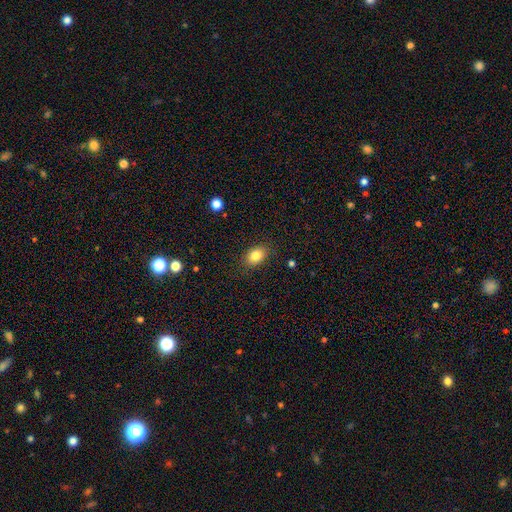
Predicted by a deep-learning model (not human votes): This is clearly a smooth galaxy (83%). How rounded: likely in between (75%). Merging: clearly none (86%).